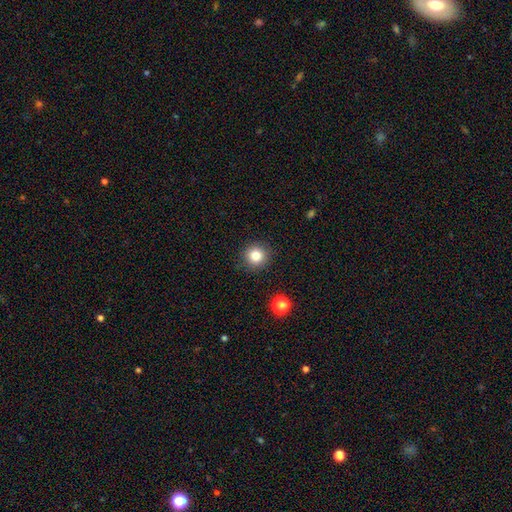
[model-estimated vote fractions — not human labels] Smooth or featured? smooth (82%)
How rounded? round (94%)
Merging? none (90%)